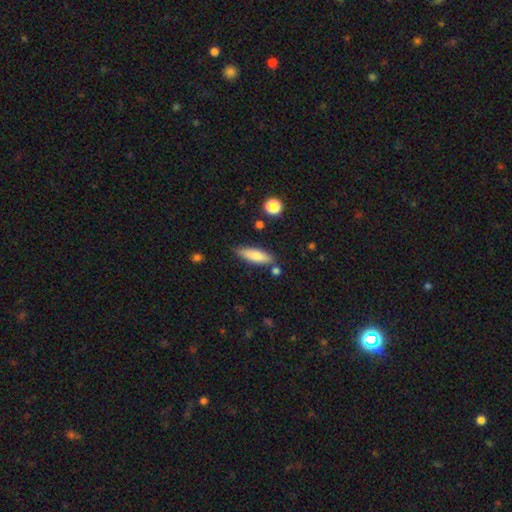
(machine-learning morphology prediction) Smooth or featured? Predicted: smooth (p=0.76). How rounded? Predicted: cigar-shaped (p=0.58). Merging? Predicted: none (p=0.78).